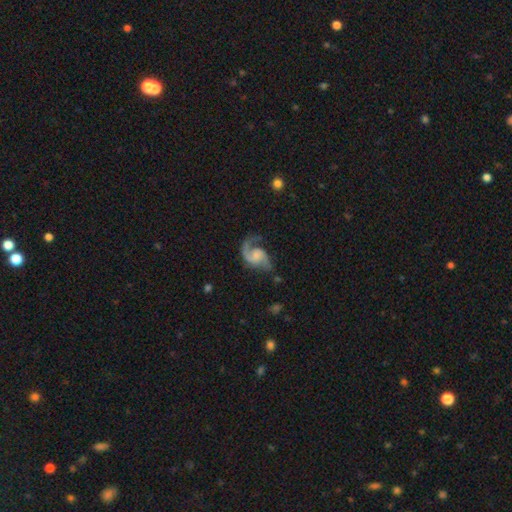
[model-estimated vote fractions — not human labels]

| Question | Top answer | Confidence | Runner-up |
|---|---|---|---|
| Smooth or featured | featured or disk | 87% | smooth (8%) |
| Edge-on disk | no | 98% | yes (2%) |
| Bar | no | 56% | weak (37%) |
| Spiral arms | yes | 97% | no (3%) |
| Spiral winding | medium | 47% | loose (42%) |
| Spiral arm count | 2 | 74% | 1 (21%) |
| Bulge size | none | 41% | small (27%) |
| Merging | none | 58% | minor disturbance (21%) |